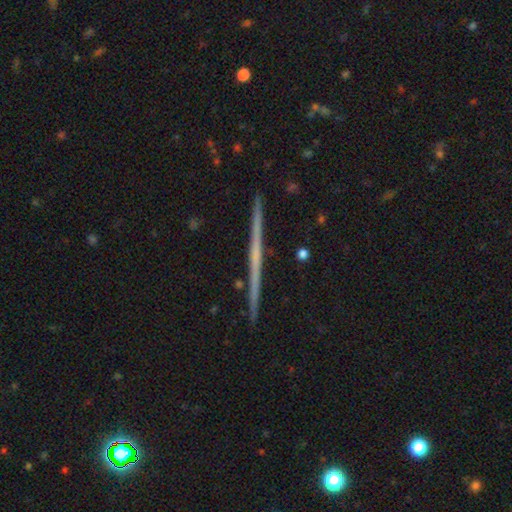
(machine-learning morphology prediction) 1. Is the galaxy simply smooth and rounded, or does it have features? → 72% featured or disk, 21% smooth, 7% star or artifact.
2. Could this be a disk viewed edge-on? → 98% yes, 2% no.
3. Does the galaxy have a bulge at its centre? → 77% none, 18% rounded, 5% boxy.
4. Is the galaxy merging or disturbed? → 93% none, 5% minor disturbance, 1% merger, 1% major disturbance.